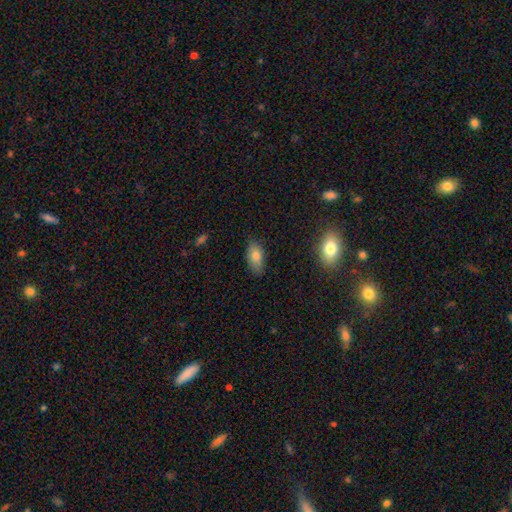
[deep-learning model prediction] A smooth galaxy with no disk features (78%) that is in between round and cigar-shaped (89%).

Vote fractions:
- Smooth or featured? smooth: 78% / featured or disk: 14% / star or artifact: 9%
- How rounded? in between: 89% / cigar-shaped: 7% / round: 4%
- Merging? none: 81% / minor disturbance: 15% / major disturbance: 3% / merger: 2%